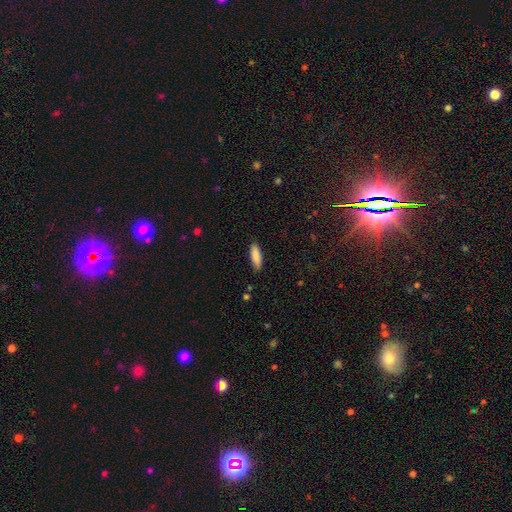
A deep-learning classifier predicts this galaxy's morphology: This appears to be a smooth galaxy with no disk features (88%) that is in between round and cigar-shaped (51%). Merging: none (86%).